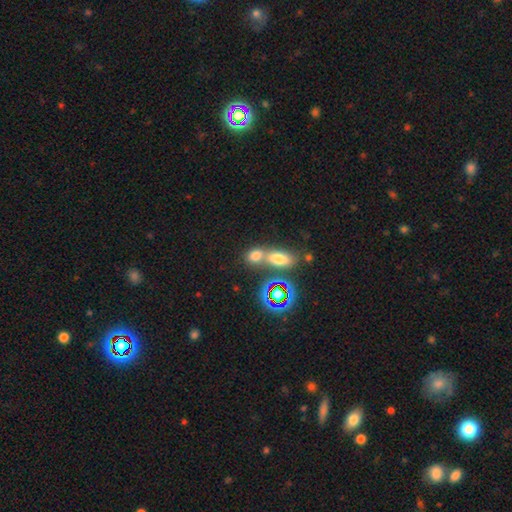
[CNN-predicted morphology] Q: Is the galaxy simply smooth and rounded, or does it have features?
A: smooth — 68%.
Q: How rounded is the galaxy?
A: in between — 64%.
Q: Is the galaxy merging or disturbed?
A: merger — 50%.